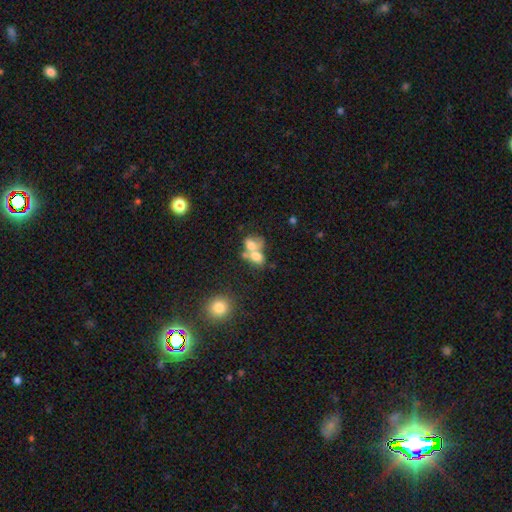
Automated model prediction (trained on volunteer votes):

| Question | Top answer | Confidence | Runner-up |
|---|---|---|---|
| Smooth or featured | smooth | 66% | featured or disk (22%) |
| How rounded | in between | 67% | round (31%) |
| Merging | merger | 67% | none (18%) |